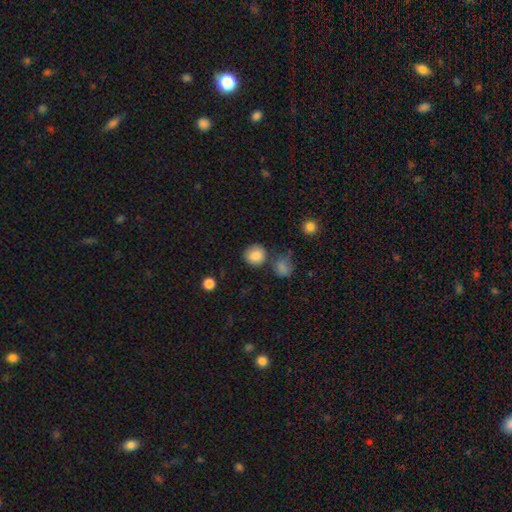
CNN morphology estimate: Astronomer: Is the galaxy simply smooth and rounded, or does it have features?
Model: smooth — 86%.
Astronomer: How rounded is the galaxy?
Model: round — 89%.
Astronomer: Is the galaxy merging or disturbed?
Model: none — 75%.